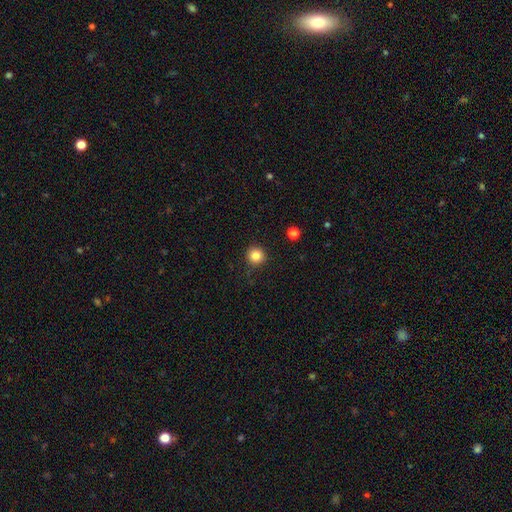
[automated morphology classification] smooth_or_featured: smooth (p=0.84) [alt: star or artifact p=0.11]
how_rounded: round (p=0.95) [alt: in between p=0.04]
merging: none (p=0.91) [alt: minor disturbance p=0.06]